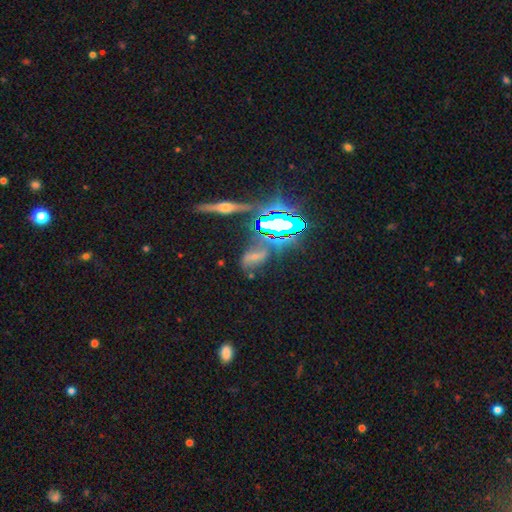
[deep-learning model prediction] A star or artifact, not a galaxy (46%).